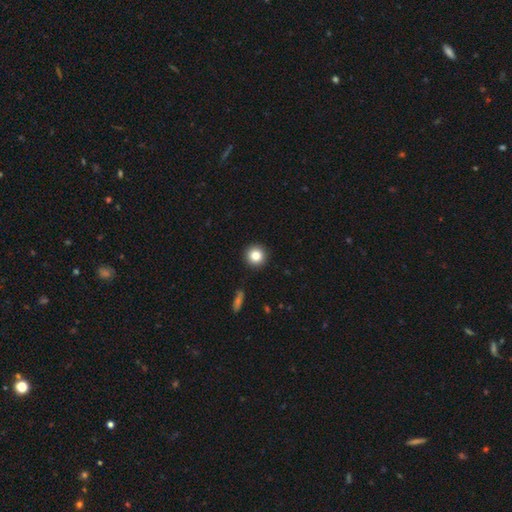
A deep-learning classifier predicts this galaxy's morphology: Smooth or featured? Predicted: smooth (p=0.84). How rounded? Predicted: round (p=0.95). Merging? Predicted: none (p=0.93).